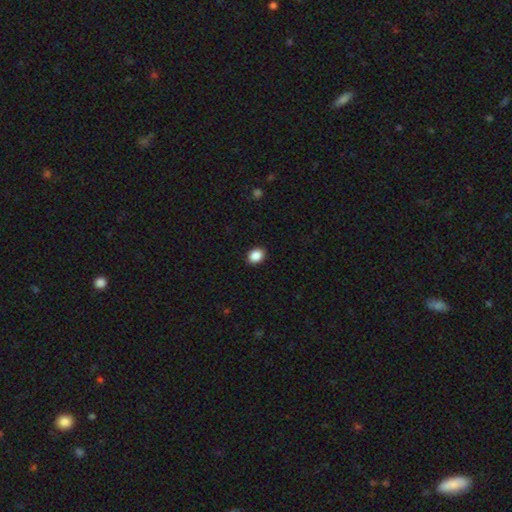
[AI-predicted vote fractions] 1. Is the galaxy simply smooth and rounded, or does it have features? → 88% smooth, 9% star or artifact, 3% featured or disk.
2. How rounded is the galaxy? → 61% in between, 38% round, 1% cigar-shaped.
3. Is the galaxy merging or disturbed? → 91% none, 6% minor disturbance, 2% major disturbance, 1% merger.